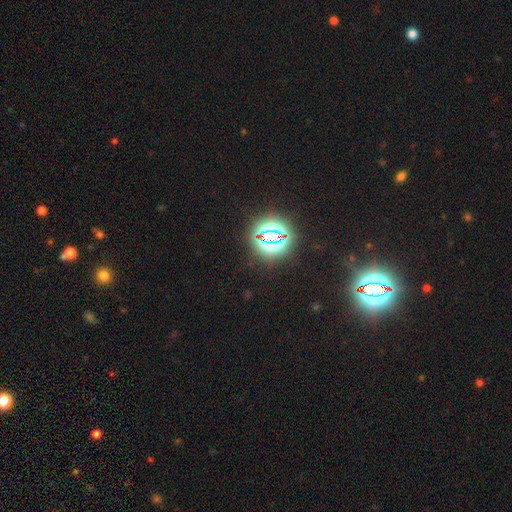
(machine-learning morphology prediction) This appears to be a star or artifact, not a galaxy (77%).